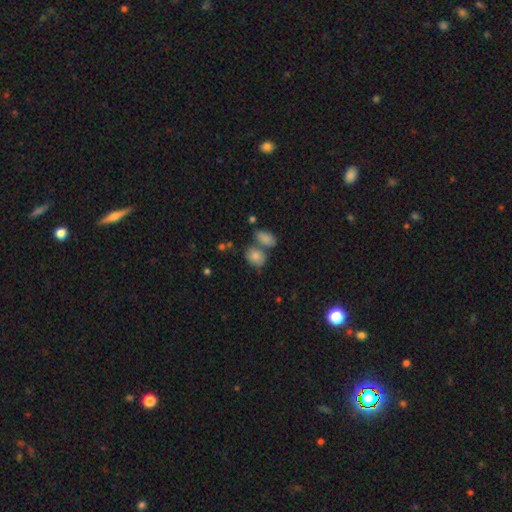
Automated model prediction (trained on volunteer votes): The model was most divided on "merging": none: 48%, merger: 34%, minor disturbance: 13%, major disturbance: 5%. More confident: smooth or featured — smooth (79%); how rounded — in between (60%).